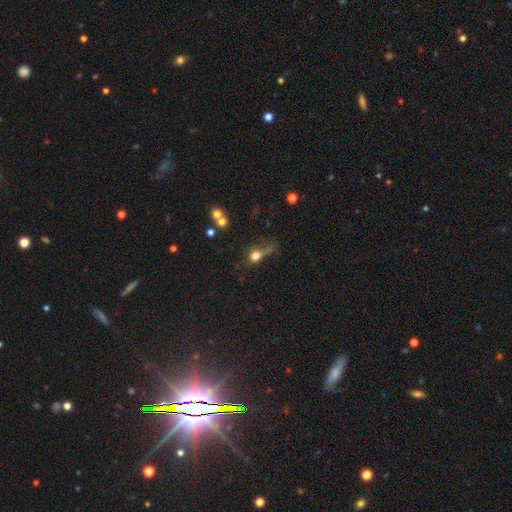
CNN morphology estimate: Smooth or featured?
  - smooth: 70% *
  - featured or disk: 16%
  - star or artifact: 14%
How rounded?
  - round: 69% *
  - in between: 26%
  - cigar-shaped: 5%
Merging?
  - none: 34% *
  - major disturbance: 32%
  - minor disturbance: 22%
  - merger: 12%